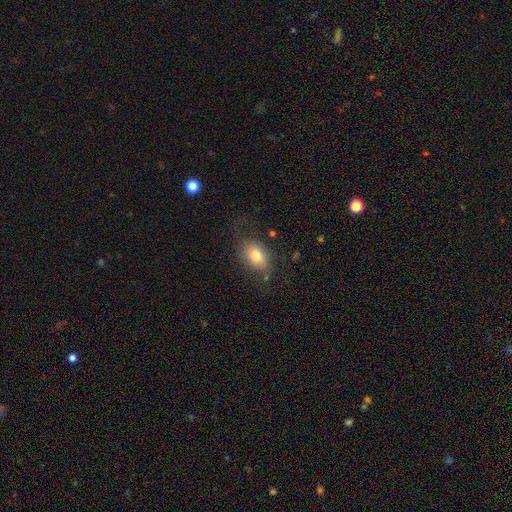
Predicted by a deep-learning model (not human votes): Smooth or featured: smooth — 77% (featured or disk — 14%)
How rounded: in between — 80% (round — 18%)
Merging: none — 65% (minor disturbance — 22%)